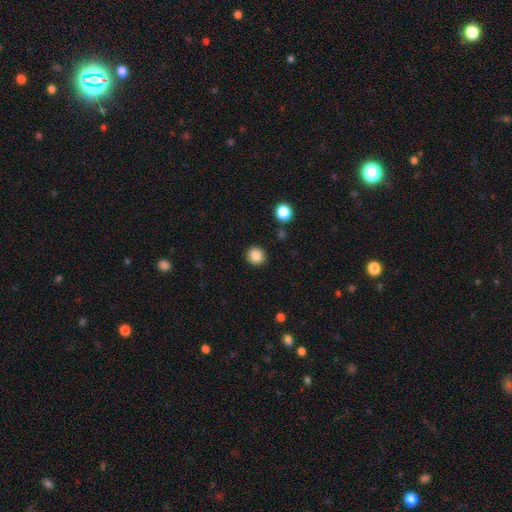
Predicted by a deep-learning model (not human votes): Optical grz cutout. It shows a smooth galaxy with no disk features (85%) that is round (92%). Merging: none (91%).